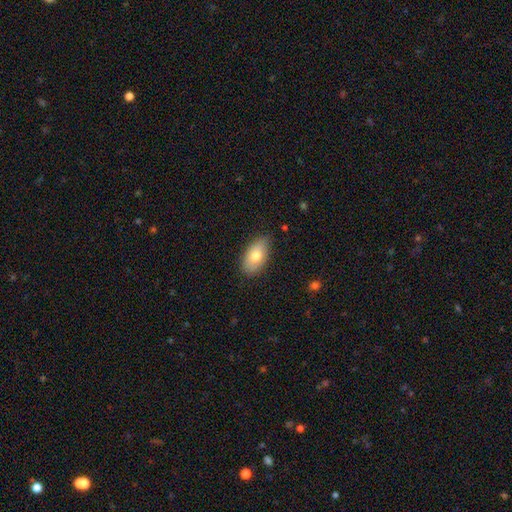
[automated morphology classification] A smooth galaxy with no disk features (76%) that is in between round and cigar-shaped (92%).

Vote fractions:
- Smooth or featured? smooth: 76% / featured or disk: 17% / star or artifact: 7%
- How rounded? in between: 92% / round: 4% / cigar-shaped: 3%
- Merging? none: 82% / minor disturbance: 14% / major disturbance: 2% / merger: 1%